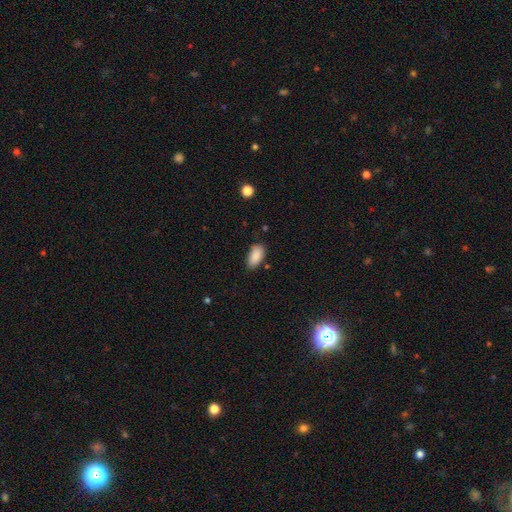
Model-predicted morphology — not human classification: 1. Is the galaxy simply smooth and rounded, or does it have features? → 88% smooth, 7% star or artifact, 5% featured or disk.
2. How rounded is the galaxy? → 93% in between, 4% cigar-shaped, 3% round.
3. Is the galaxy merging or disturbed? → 76% none, 18% minor disturbance, 3% major disturbance, 2% merger.